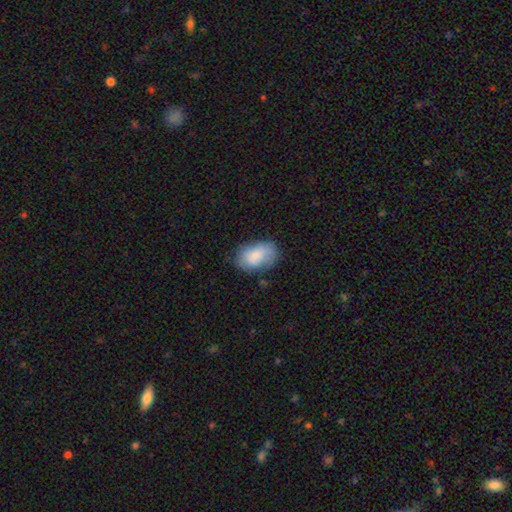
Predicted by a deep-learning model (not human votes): smooth_or_featured: smooth (p=0.76) [alt: featured or disk p=0.17]
how_rounded: in between (p=0.88) [alt: round p=0.10]
merging: none (p=0.63) [alt: minor disturbance p=0.27]